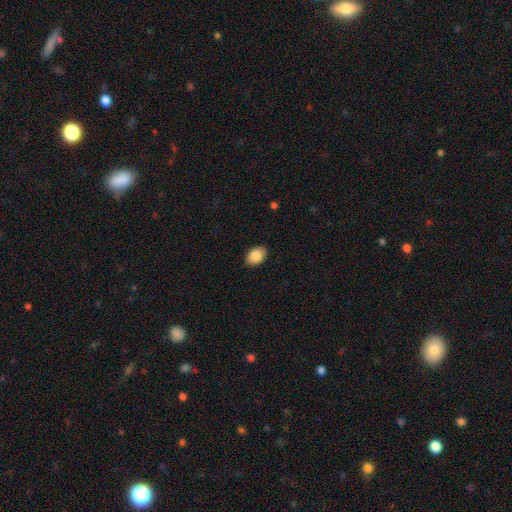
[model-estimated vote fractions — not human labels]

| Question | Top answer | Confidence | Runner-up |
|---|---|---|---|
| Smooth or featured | smooth | 87% | star or artifact (7%) |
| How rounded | in between | 84% | round (15%) |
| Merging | none | 89% | minor disturbance (9%) |